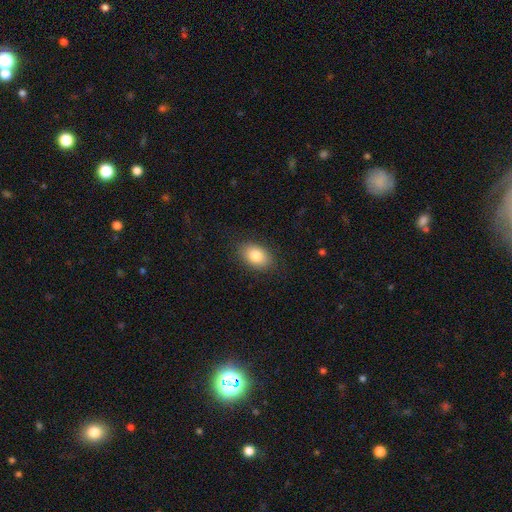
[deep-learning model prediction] Q: Smooth or featured?
A: smooth (83%); runner-up: featured or disk (9%)
Q: How rounded?
A: in between (84%); runner-up: round (15%)
Q: Merging?
A: none (86%); runner-up: minor disturbance (10%)